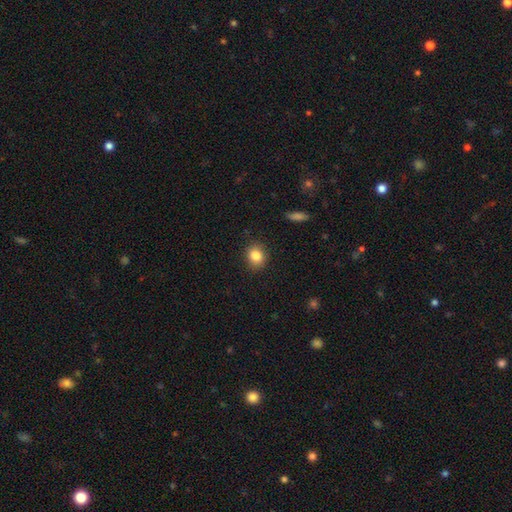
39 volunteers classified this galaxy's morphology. smooth 87%, star or artifact 8%, featured or disk 5%. Down the decision tree: how rounded — round (79%); merging — none (94%).